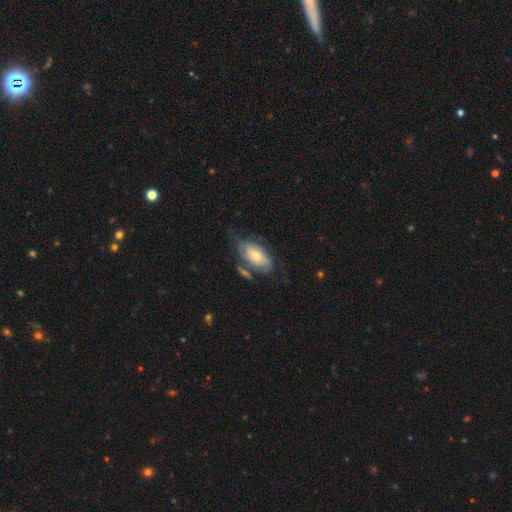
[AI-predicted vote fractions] This is possibly a featured or disk galaxy (49%). Merging: marginally none (44%).